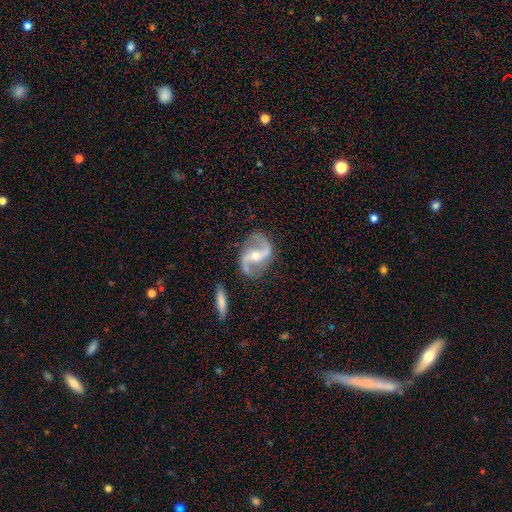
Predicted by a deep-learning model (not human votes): featured or disk 90%, smooth 5%, star or artifact 5%. Down the decision tree: edge-on disk — no (97%); bar — weak (36%); spiral arms — yes (97%); spiral arm count — 2 (94%); spiral winding — loose (60%); bulge size — moderate (55%); merging — none (80%).